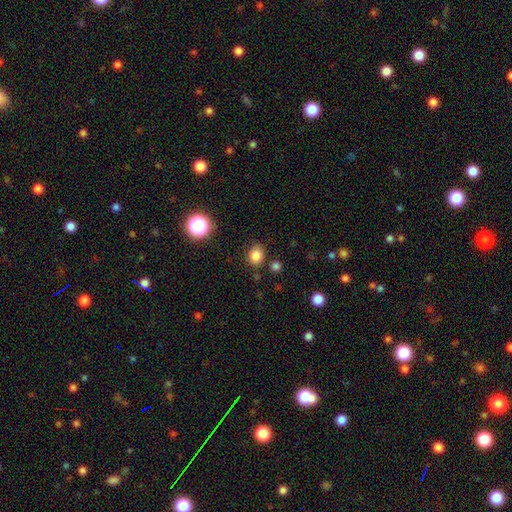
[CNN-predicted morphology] Smooth or featured: smooth — 82% (star or artifact — 13%)
How rounded: round — 56% (in between — 43%)
Merging: none — 82% (minor disturbance — 11%)